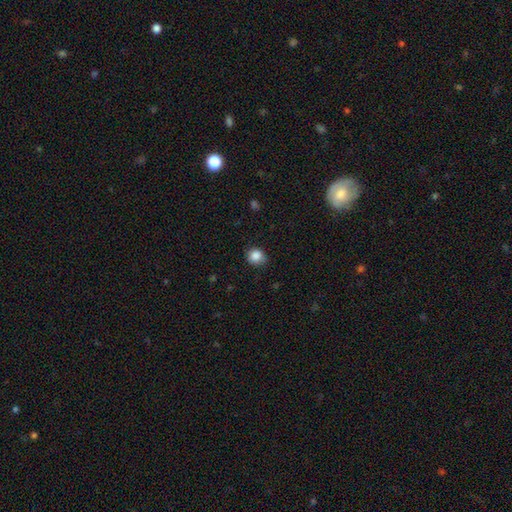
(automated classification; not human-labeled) Morphology: type=smooth (86%); roundness=round (81%); merging=none (75%).